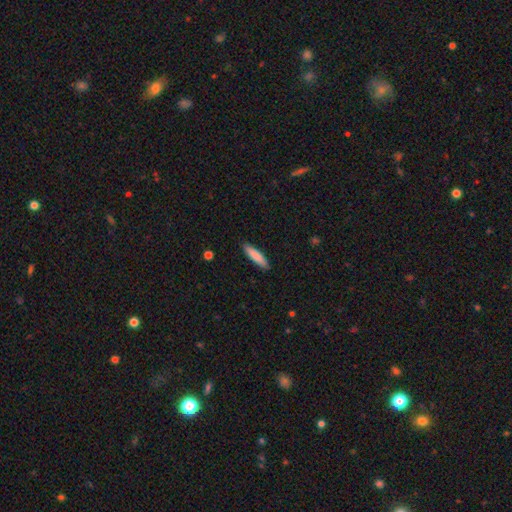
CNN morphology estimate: Smooth or featured? Predicted: smooth (p=0.84). How rounded? Predicted: cigar-shaped (p=0.81). Merging? Predicted: none (p=0.90).